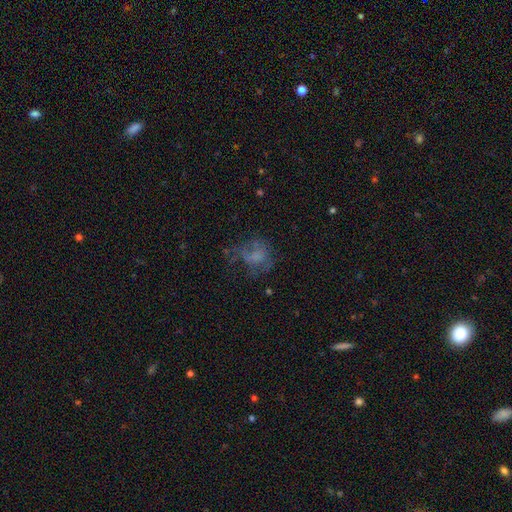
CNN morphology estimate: Smooth or featured?
  - smooth: 42% *
  - featured or disk: 40%
  - star or artifact: 18%
Merging?
  - none: 41% *
  - major disturbance: 35%
  - minor disturbance: 20%
  - merger: 4%